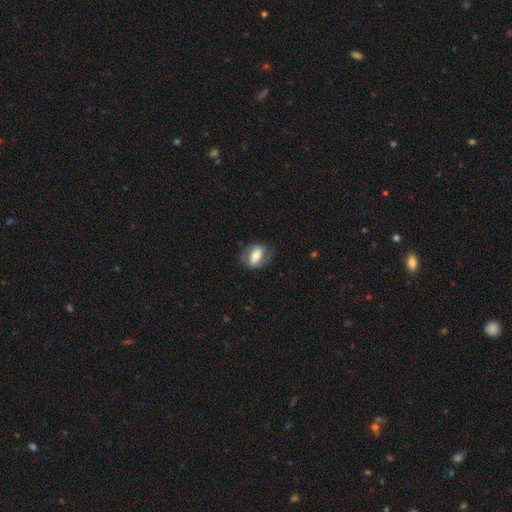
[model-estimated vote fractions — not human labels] Smooth or featured? smooth (55%)
How rounded? in between (81%)
Merging? none (69%)